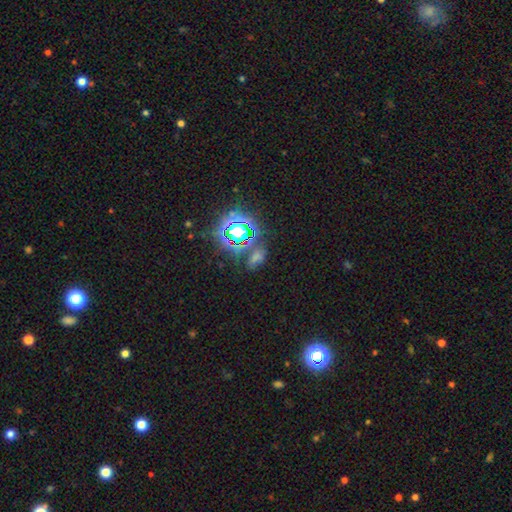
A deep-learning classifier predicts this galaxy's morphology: smooth_or_featured: star or artifact (p=0.66) [alt: smooth p=0.24]